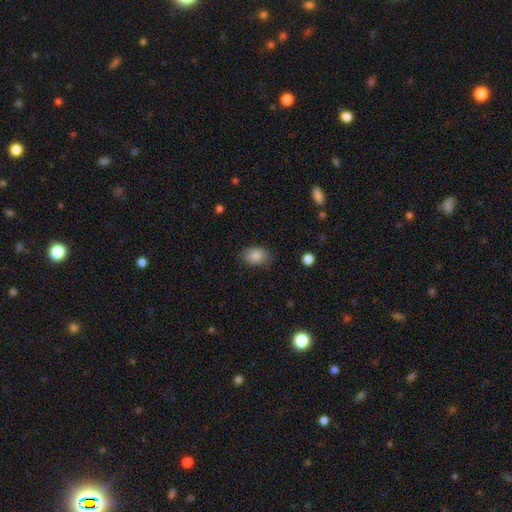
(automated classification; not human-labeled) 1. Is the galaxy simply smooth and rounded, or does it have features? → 85% smooth, 8% star or artifact, 7% featured or disk.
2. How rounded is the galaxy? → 82% in between, 17% round, 1% cigar-shaped.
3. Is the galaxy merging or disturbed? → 82% none, 14% minor disturbance, 3% major disturbance, 1% merger.